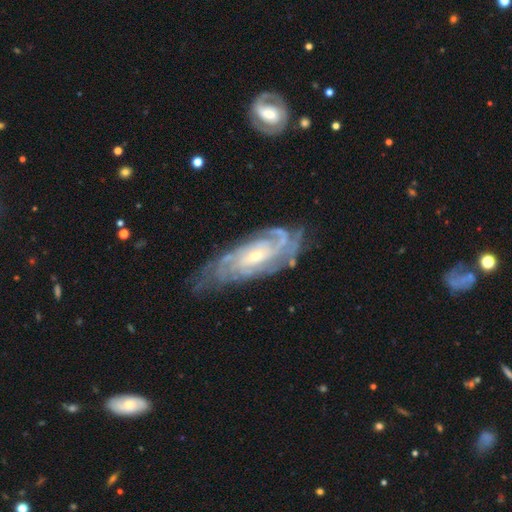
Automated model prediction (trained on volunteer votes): This appears to be a featured or disk galaxy (89%) with no bar (59%), tight (73%) spiral arms (98%) and a small central bulge (58%). Merging: none (70%).